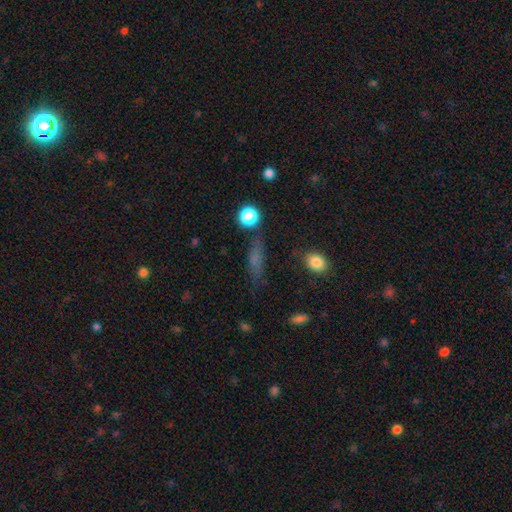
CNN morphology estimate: Smooth or featured?
  - smooth: 53% *
  - featured or disk: 26%
  - star or artifact: 20%
How rounded?
  - cigar-shaped: 57% *
  - in between: 31%
  - round: 12%
Merging?
  - none: 71% *
  - minor disturbance: 17%
  - major disturbance: 8%
  - merger: 4%